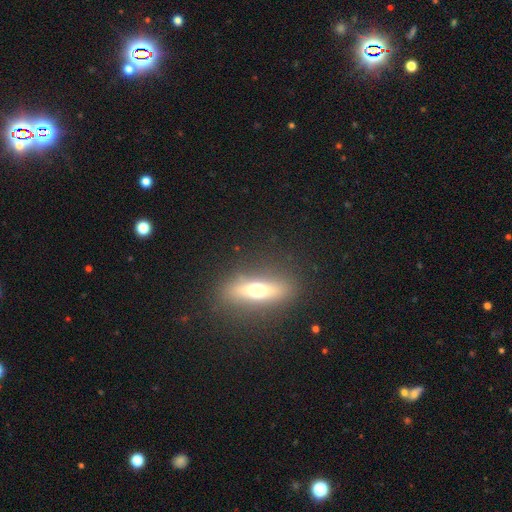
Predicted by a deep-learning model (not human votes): Smooth or featured? Predicted: featured or disk (p=0.55). Edge-on disk? Predicted: yes (p=0.85). Merging? Predicted: none (p=0.86).